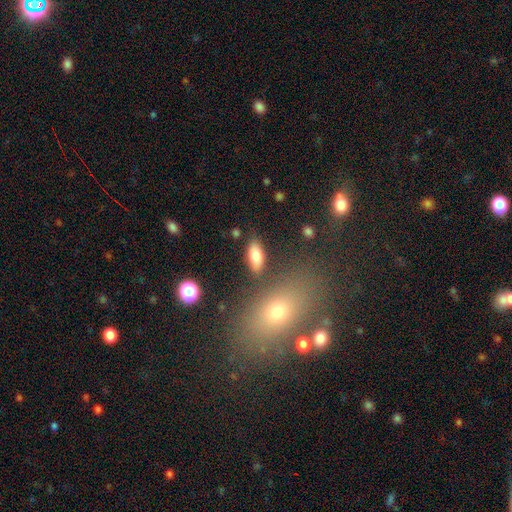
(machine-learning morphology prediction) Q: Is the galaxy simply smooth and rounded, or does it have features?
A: smooth — 81%.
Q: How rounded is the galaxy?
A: in between — 87%.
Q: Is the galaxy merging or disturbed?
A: none — 80%.